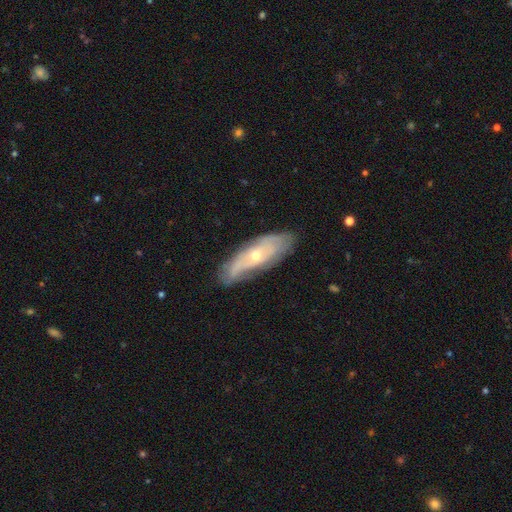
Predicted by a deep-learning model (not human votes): Q: Smooth or featured?
A: featured or disk (67%); runner-up: smooth (26%)
Q: Edge-on disk?
A: no (77%); runner-up: yes (23%)
Q: Bar?
A: no (79%); runner-up: weak (16%)
Q: Spiral arms?
A: yes (67%); runner-up: no (33%)
Q: Bulge size?
A: small (55%); runner-up: moderate (42%)
Q: Merging?
A: none (66%); runner-up: minor disturbance (24%)